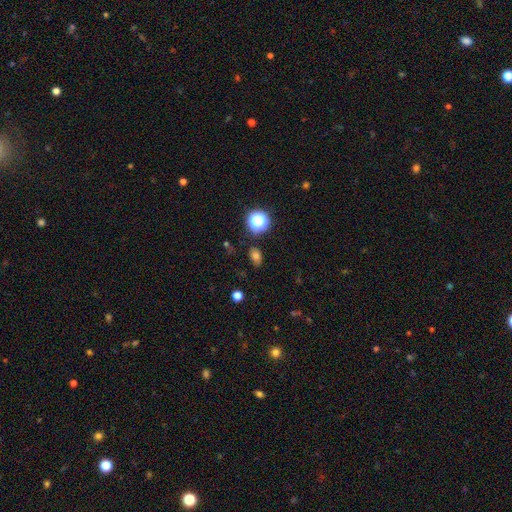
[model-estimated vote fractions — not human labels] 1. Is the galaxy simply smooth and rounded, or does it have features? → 73% smooth, 19% star or artifact, 8% featured or disk.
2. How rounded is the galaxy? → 75% in between, 23% round, 2% cigar-shaped.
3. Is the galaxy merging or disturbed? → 79% none, 14% minor disturbance, 4% major disturbance, 3% merger.